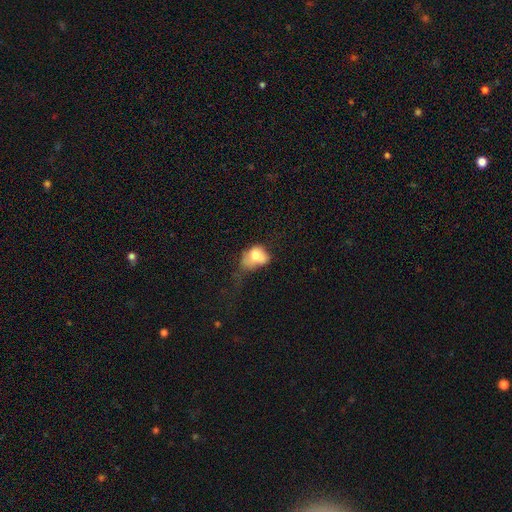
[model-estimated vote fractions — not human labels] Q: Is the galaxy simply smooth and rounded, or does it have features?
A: smooth — 70%.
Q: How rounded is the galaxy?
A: in between — 63%.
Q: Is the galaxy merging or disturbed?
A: major disturbance — 41%.